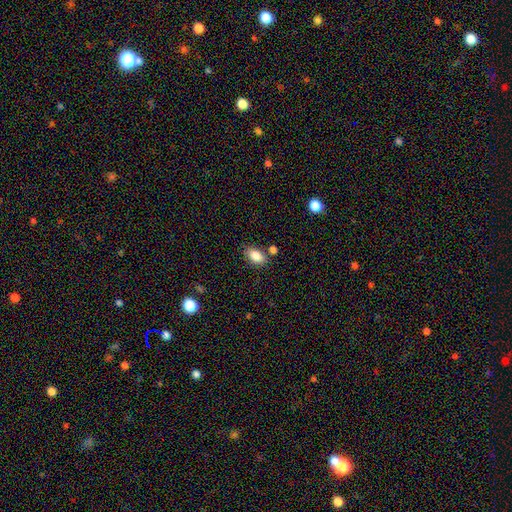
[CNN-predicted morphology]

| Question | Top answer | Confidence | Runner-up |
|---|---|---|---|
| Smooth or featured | smooth | 84% | star or artifact (8%) |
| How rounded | in between | 88% | round (9%) |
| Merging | none | 74% | minor disturbance (14%) |